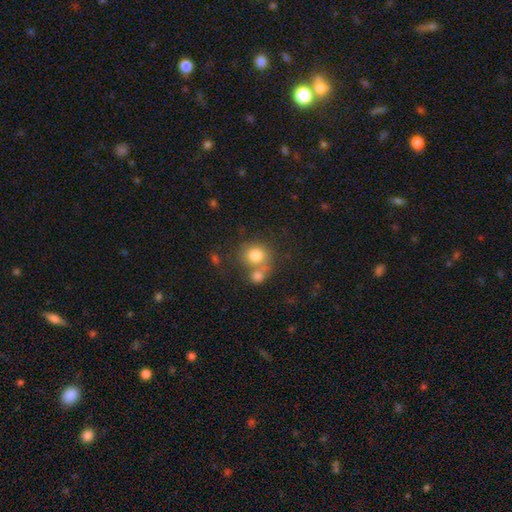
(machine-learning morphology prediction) This appears to be a smooth galaxy with no disk features (78%) that is round (78%). Merging: none (42%).